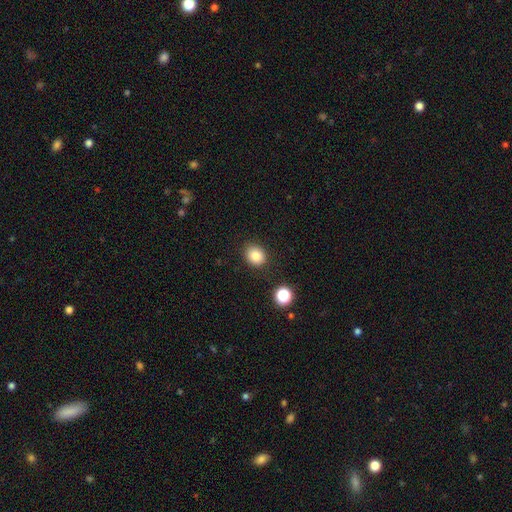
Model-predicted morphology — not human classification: smooth-or-featured: smooth: 83% | star or artifact: 11% | featured or disk: 5%
  how-rounded: round: 62% | in between: 37% | cigar-shaped: 1%
  merging: none: 85% | minor disturbance: 10% | major disturbance: 3% | merger: 2%